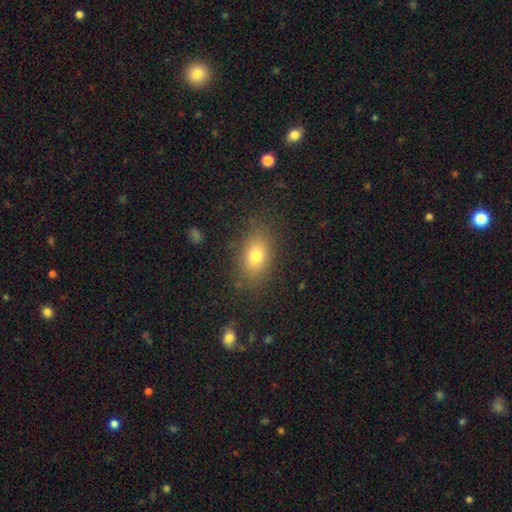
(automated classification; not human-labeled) Smooth or featured?
  - smooth: 78% *
  - featured or disk: 12%
  - star or artifact: 11%
How rounded?
  - in between: 83% *
  - round: 14%
  - cigar-shaped: 3%
Merging?
  - none: 83% *
  - minor disturbance: 11%
  - major disturbance: 4%
  - merger: 2%